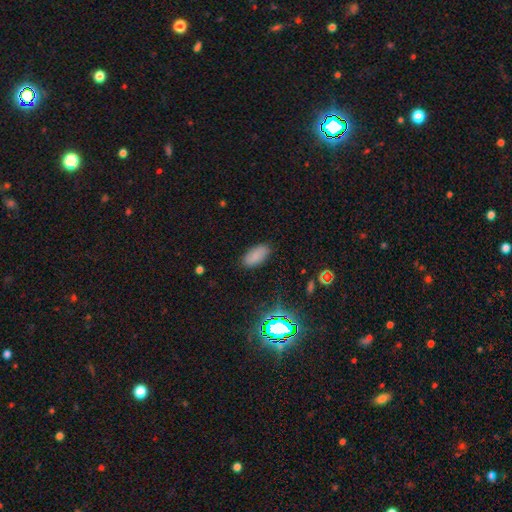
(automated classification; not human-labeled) Smooth or featured? smooth (81%)
How rounded? in between (92%)
Merging? none (86%)